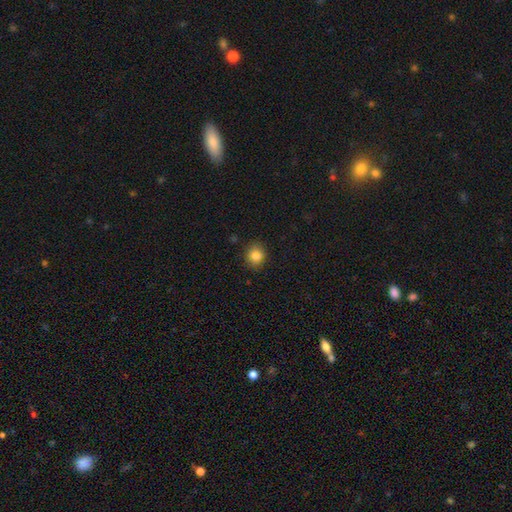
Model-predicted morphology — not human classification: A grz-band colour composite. It shows a smooth galaxy with no disk features (83%) that is round (74%). Merging: none (88%).